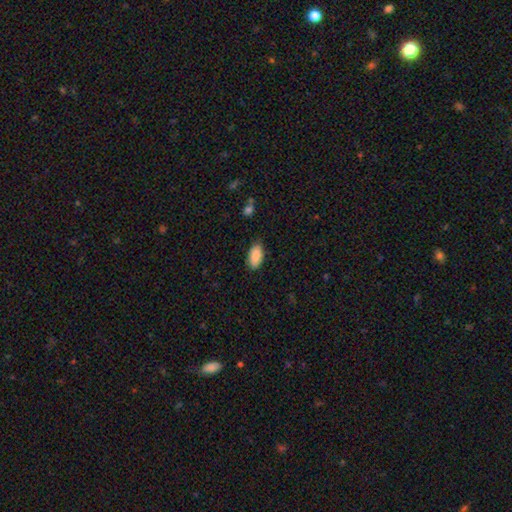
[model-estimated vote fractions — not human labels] The model was most divided on "merging": none: 83%, minor disturbance: 13%, major disturbance: 3%, merger: 1%. More confident: how rounded — in between (93%); smooth or featured — smooth (89%).